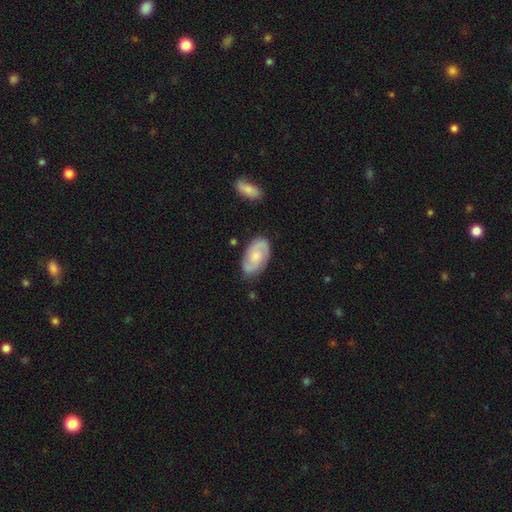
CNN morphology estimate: Q: Smooth or featured?
A: featured or disk (66%); runner-up: smooth (28%)
Q: Edge-on disk?
A: no (96%); runner-up: yes (4%)
Q: Bar?
A: no (63%); runner-up: weak (32%)
Q: Spiral arms?
A: yes (92%); runner-up: no (8%)
Q: Spiral winding?
A: medium (45%); runner-up: tight (39%)
Q: Spiral arm count?
A: 2 (82%); runner-up: can't tell (10%)
Q: Bulge size?
A: moderate (39%); runner-up: small (34%)
Q: Merging?
A: none (80%); runner-up: minor disturbance (15%)